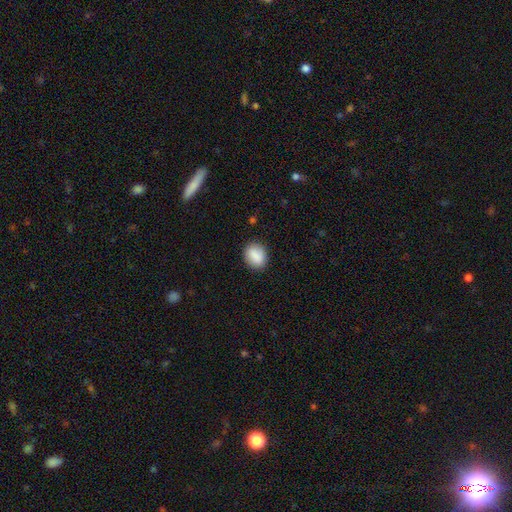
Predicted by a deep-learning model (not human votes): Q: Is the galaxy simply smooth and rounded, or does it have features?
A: smooth — 87%.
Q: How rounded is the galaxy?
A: in between — 53%.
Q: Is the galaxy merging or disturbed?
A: none — 86%.